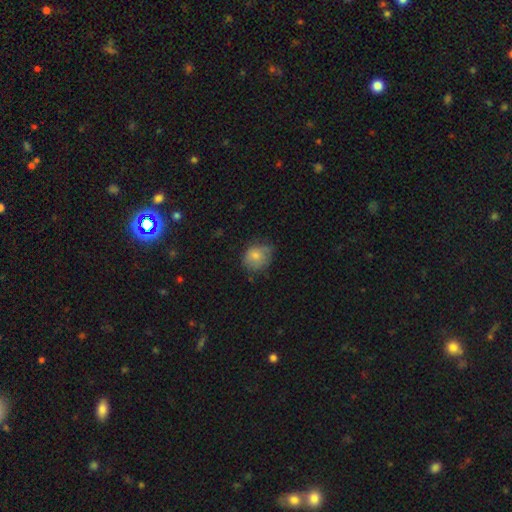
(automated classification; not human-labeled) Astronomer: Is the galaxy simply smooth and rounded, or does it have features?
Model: smooth — 76%.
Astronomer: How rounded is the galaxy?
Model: round — 65%.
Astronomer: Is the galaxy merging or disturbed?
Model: none — 55% (runner-up: minor disturbance, 34%).